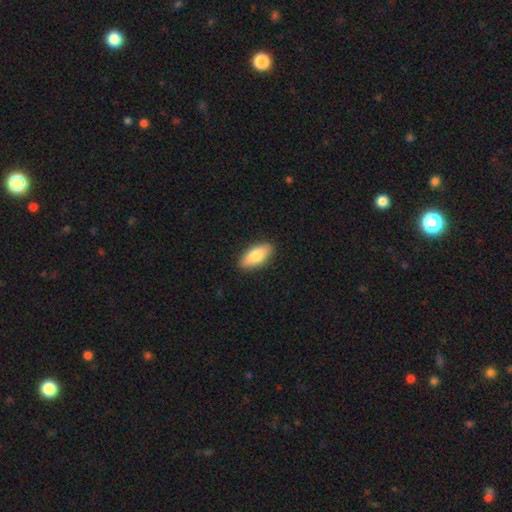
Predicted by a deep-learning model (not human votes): smooth 83%, featured or disk 11%, star or artifact 6%. Down the decision tree: how rounded — in between (88%); merging — none (89%).